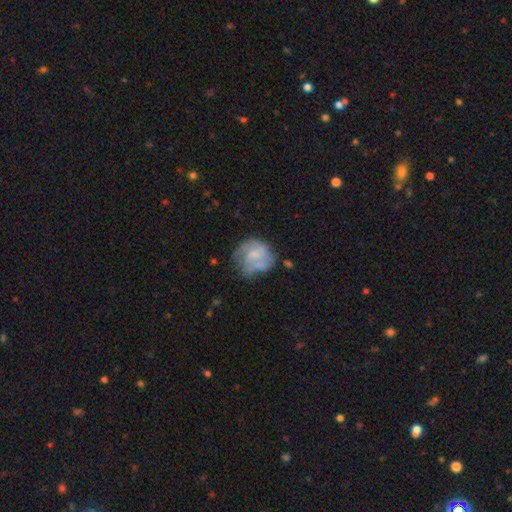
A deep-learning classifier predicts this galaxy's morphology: Smooth or featured: featured or disk — 50% (smooth — 42%)
Merging: none — 43% (minor disturbance — 28%)